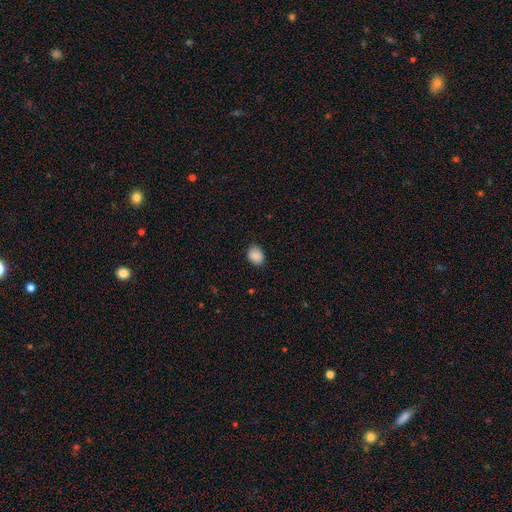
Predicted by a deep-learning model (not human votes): A smooth galaxy with no disk features (87%) that is in between round and cigar-shaped (60%).

Vote fractions:
- Smooth or featured? smooth: 87% / star or artifact: 8% / featured or disk: 5%
- How rounded? in between: 60% / round: 39% / cigar-shaped: 1%
- Merging? none: 82% / minor disturbance: 15% / major disturbance: 2% / merger: 1%